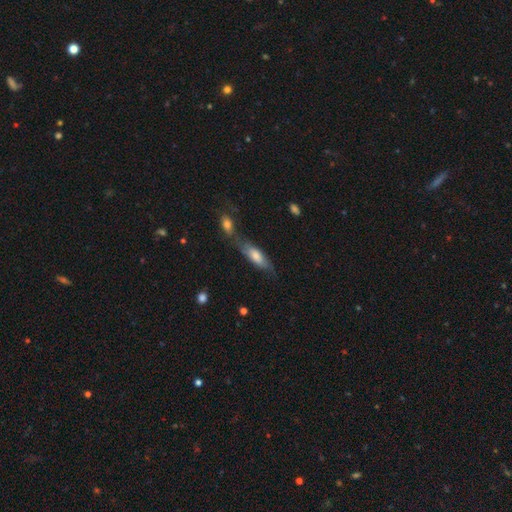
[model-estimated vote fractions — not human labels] Q: Smooth or featured?
A: smooth (62%); runner-up: featured or disk (31%)
Q: How rounded?
A: in between (53%); runner-up: cigar-shaped (45%)
Q: Merging?
A: none (46%); runner-up: merger (27%)